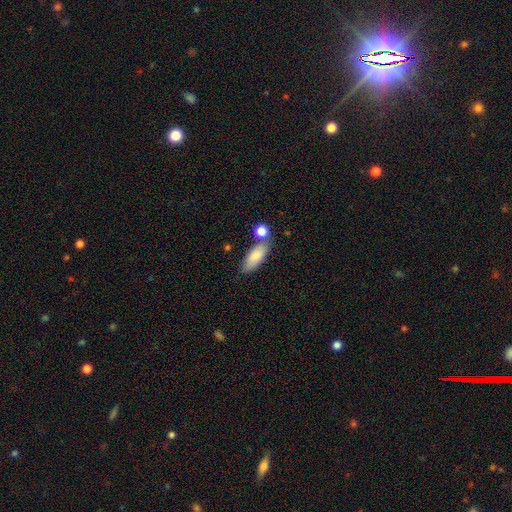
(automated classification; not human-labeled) The model was most divided on "merging": none: 64%, merger: 16%, minor disturbance: 15%, major disturbance: 4%. More confident: smooth or featured — smooth (83%); how rounded — in between (76%).